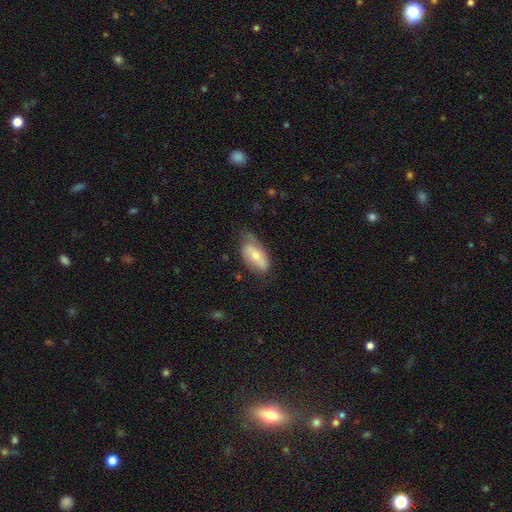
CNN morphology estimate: type=smooth (62%); roundness=in between (90%); merging=none (45%).